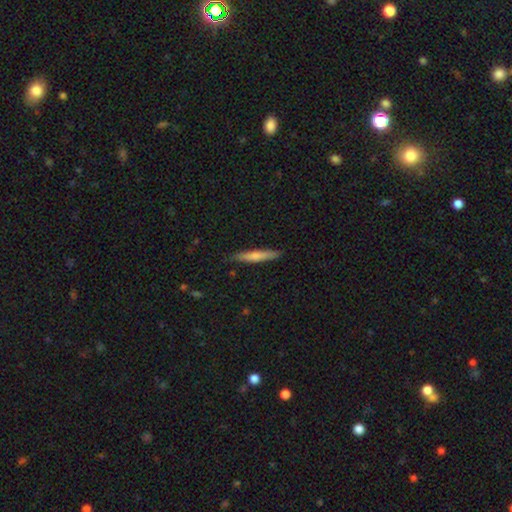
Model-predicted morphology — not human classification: This is likely a smooth galaxy (65%). How rounded: clearly cigar-shaped (93%). Merging: clearly none (87%).